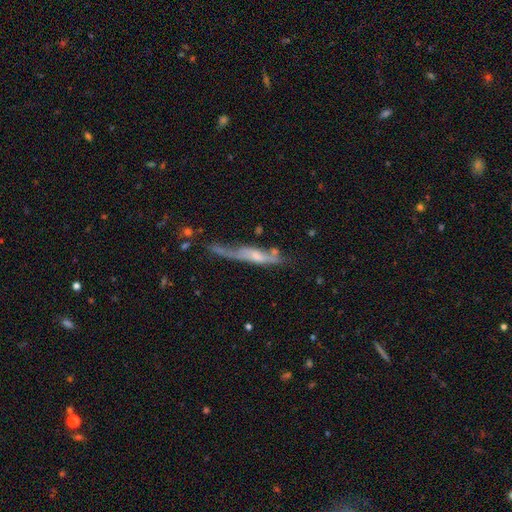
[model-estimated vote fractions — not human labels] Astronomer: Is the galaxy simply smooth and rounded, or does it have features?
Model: featured or disk — 62%.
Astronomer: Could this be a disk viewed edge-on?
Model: yes — 73%.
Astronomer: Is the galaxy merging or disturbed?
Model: none — 41% (runner-up: minor disturbance, 28%).